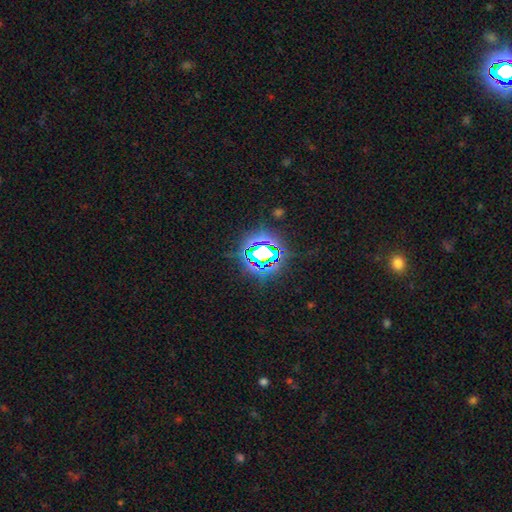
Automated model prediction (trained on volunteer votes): Smooth or featured? star or artifact (75%)